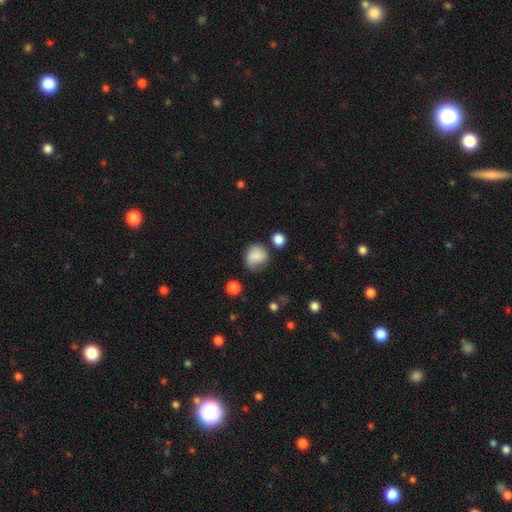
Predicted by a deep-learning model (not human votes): This is likely a smooth galaxy (76%). How rounded: likely round (78%). Merging: possibly none (58%).